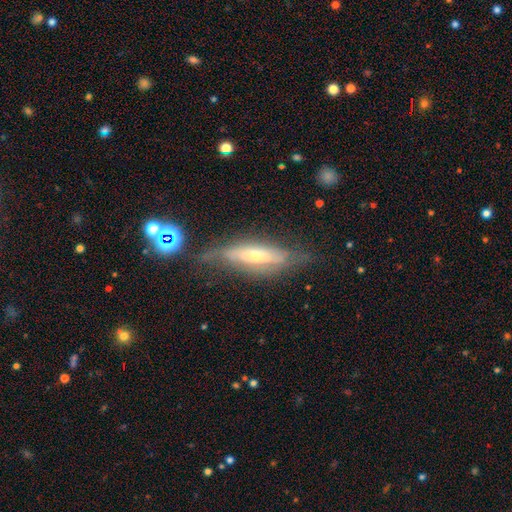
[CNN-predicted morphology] featured or disk 63%, smooth 28%, star or artifact 9%. Down the decision tree: edge-on disk — yes (56%); merging — none (54%).